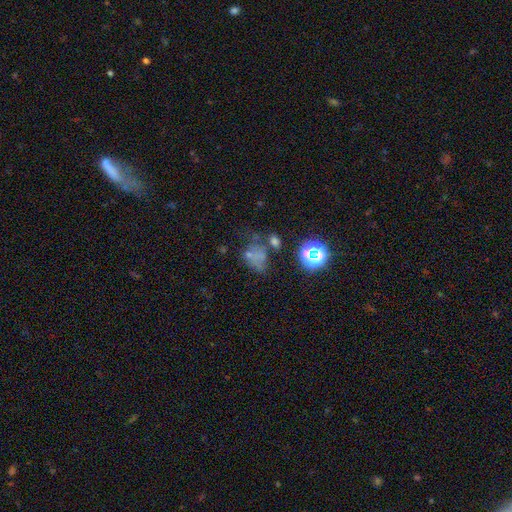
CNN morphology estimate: Smooth or featured?
  - smooth: 53% *
  - star or artifact: 28%
  - featured or disk: 19%
How rounded?
  - in between: 57% *
  - round: 41%
  - cigar-shaped: 1%
Merging?
  - none: 34% *
  - major disturbance: 24%
  - minor disturbance: 22%
  - merger: 21%